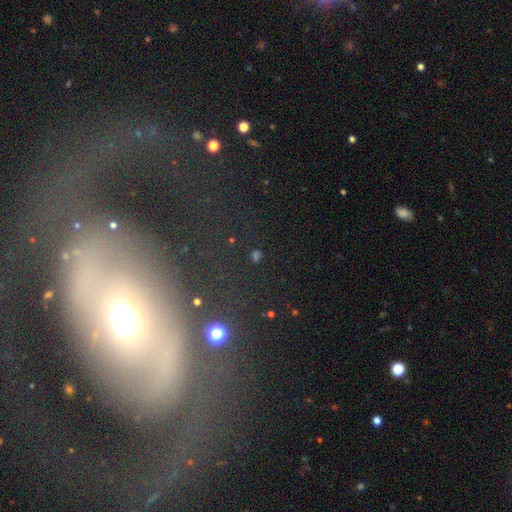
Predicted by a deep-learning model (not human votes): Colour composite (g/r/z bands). It shows a star or artifact, not a galaxy (58%).